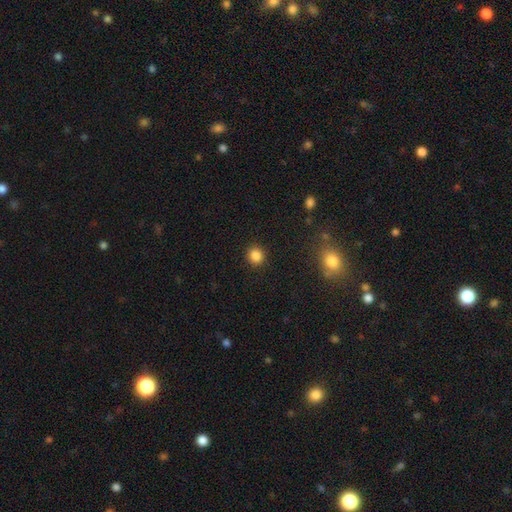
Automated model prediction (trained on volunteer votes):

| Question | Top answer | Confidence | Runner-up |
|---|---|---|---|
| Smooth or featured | smooth | 85% | star or artifact (11%) |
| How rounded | round | 90% | in between (9%) |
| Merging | none | 91% | minor disturbance (5%) |